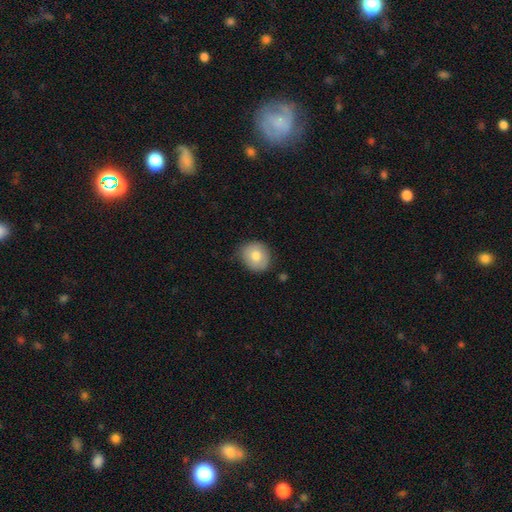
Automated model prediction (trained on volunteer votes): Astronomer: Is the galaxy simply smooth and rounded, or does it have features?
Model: smooth — 76%.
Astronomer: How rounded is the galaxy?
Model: round — 75%.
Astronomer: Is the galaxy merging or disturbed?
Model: none — 77%.